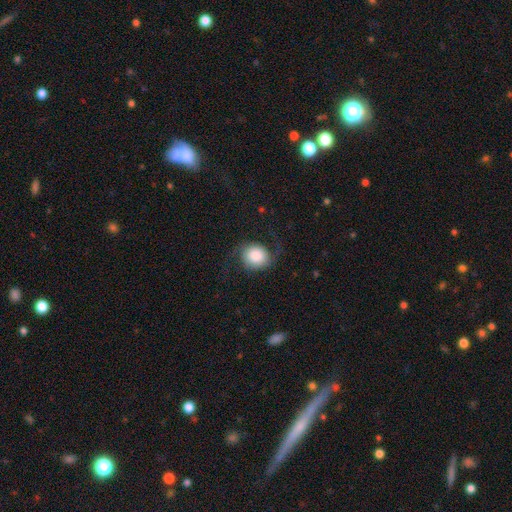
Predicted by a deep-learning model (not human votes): This appears to be a smooth galaxy with no disk features (48%). Merging: none (70%).